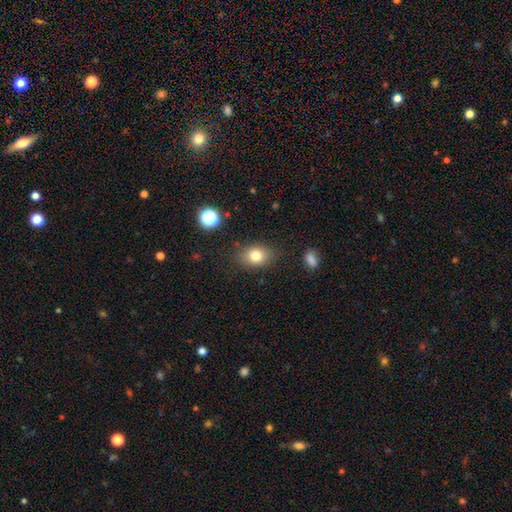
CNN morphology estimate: Smooth or featured? Predicted: smooth (p=0.79). How rounded? Predicted: in between (p=0.68). Merging? Predicted: none (p=0.82).